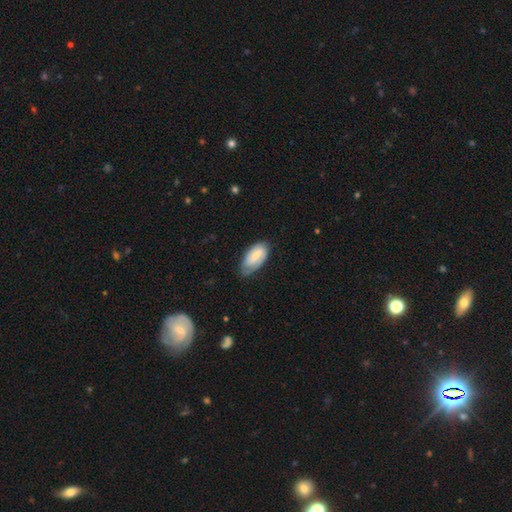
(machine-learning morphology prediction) Smooth or featured? Predicted: featured or disk (p=0.50). Edge-on disk? Predicted: no (p=0.94). Merging? Predicted: none (p=0.63).